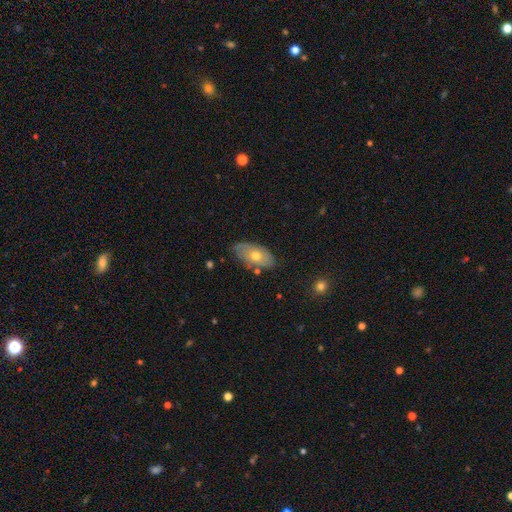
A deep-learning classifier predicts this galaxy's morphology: Smooth or featured: smooth — 58% (featured or disk — 36%)
How rounded: in between — 92% (round — 5%)
Merging: none — 72% (minor disturbance — 21%)